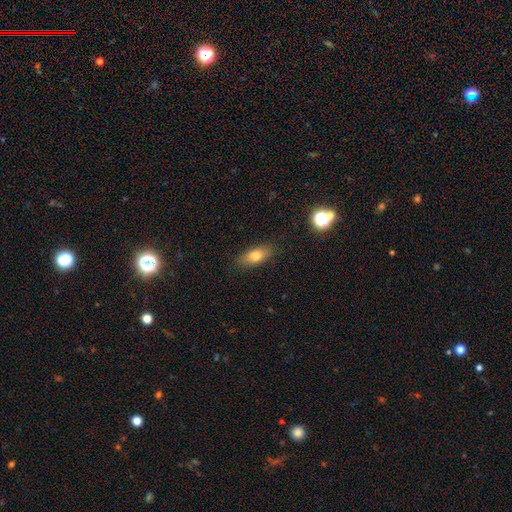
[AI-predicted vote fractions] This is likely a smooth galaxy (75%). How rounded: likely in between (77%). Merging: clearly none (85%).